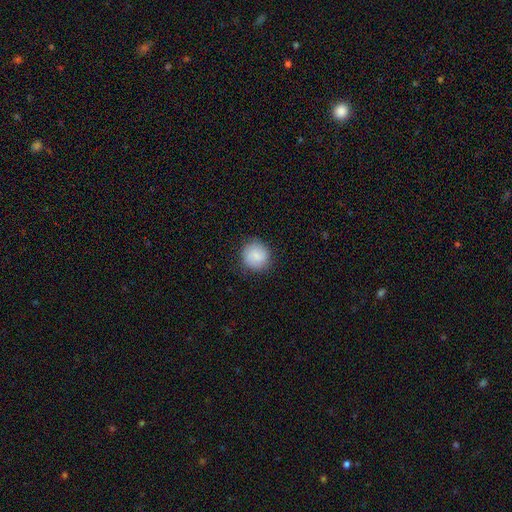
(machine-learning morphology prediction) type=smooth (78%); roundness=round (89%); merging=none (84%).